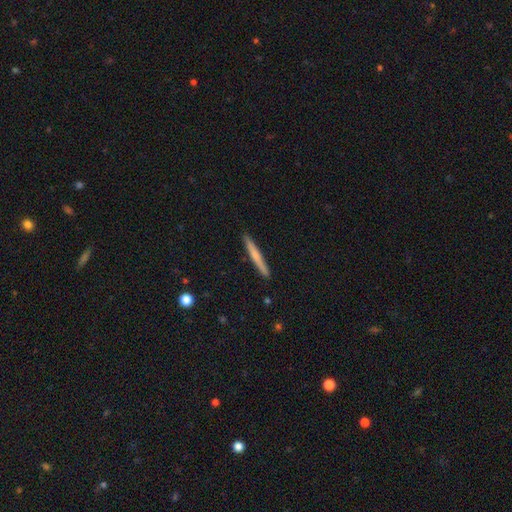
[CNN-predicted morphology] The model was most divided on "smooth or featured": smooth: 61%, featured or disk: 34%, star or artifact: 5%. More confident: how rounded — cigar-shaped (97%); merging — none (91%).